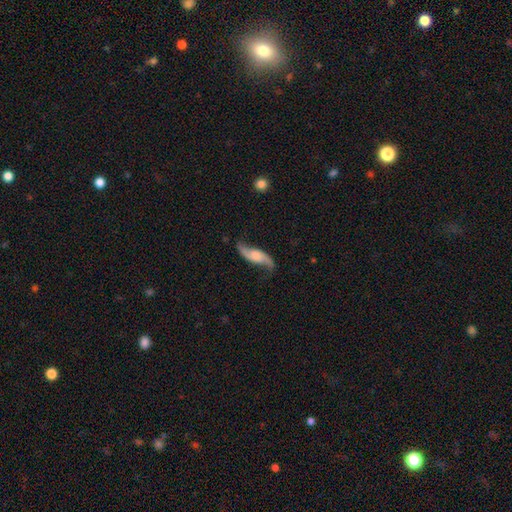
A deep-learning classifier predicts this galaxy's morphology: smooth_or_featured: featured or disk (p=0.80) [alt: smooth p=0.14]
disk_edge_on: no (p=0.89) [alt: yes p=0.11]
bar: no (p=0.59) [alt: weak p=0.30]
has_spiral_arms: yes (p=0.96) [alt: no p=0.04]
spiral_winding: loose (p=0.86) [alt: medium p=0.11]
spiral_arm_count: 2 (p=0.93) [alt: 1 p=0.02]
bulge_size: none (p=0.36) [alt: moderate p=0.21]
merging: none (p=0.75) [alt: minor disturbance p=0.16]